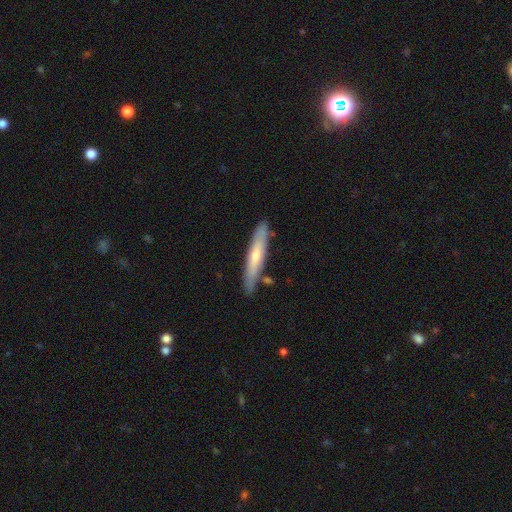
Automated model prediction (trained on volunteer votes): The model was most divided on "smooth or featured": smooth: 52%, featured or disk: 42%, star or artifact: 6%. More confident: how rounded — cigar-shaped (90%); merging — none (82%).